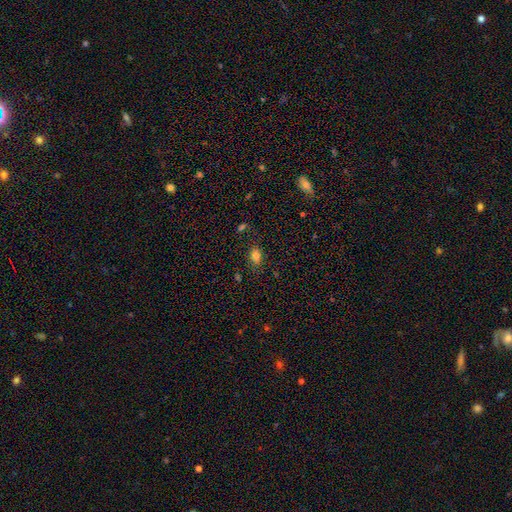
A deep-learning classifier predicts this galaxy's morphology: Q: Smooth or featured?
A: smooth (80%); runner-up: star or artifact (13%)
Q: How rounded?
A: in between (78%); runner-up: round (20%)
Q: Merging?
A: none (80%); runner-up: minor disturbance (14%)